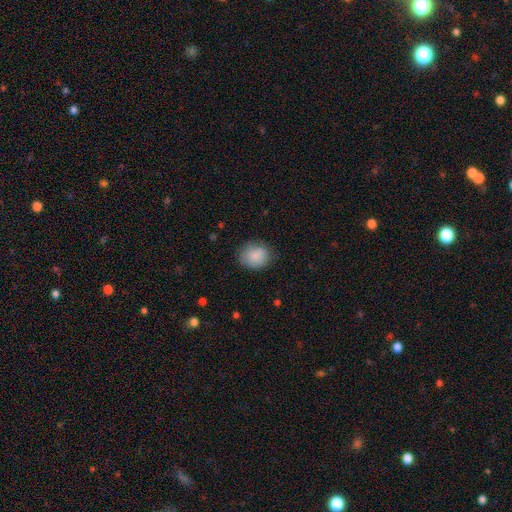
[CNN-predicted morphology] A smooth galaxy with no disk features (87%) that is round (68%). Merging: none (78%).